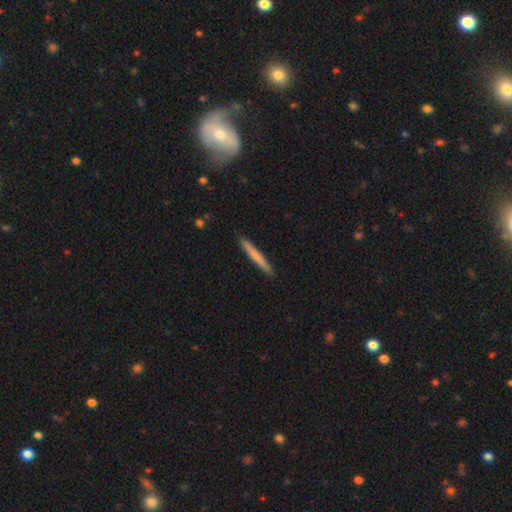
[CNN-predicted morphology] smooth_or_featured: smooth (p=0.67) [alt: featured or disk p=0.27]
how_rounded: cigar-shaped (p=0.96) [alt: in between p=0.02]
merging: none (p=0.91) [alt: minor disturbance p=0.06]